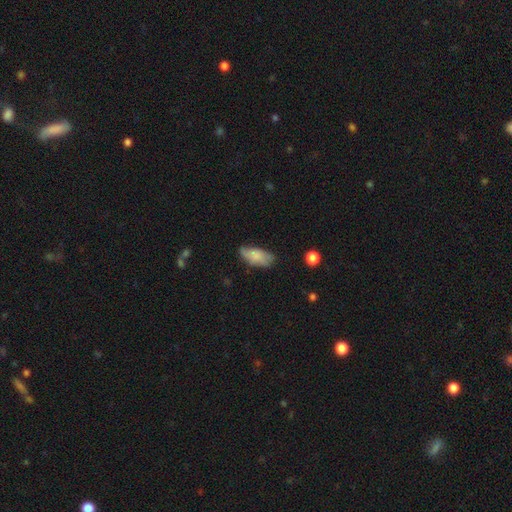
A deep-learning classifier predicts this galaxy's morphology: Smooth or featured?
  - smooth: 74% *
  - featured or disk: 19%
  - star or artifact: 7%
How rounded?
  - in between: 90% *
  - cigar-shaped: 7%
  - round: 2%
Merging?
  - none: 56% *
  - minor disturbance: 33%
  - major disturbance: 9%
  - merger: 3%